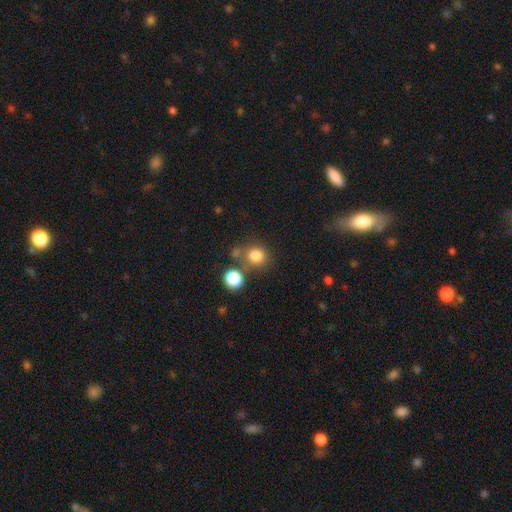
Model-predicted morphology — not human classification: Overall: smooth (81%). How rounded: round (82%). Merging: none (67%).